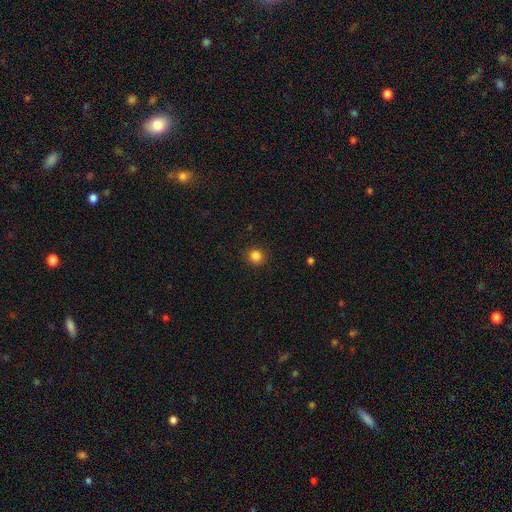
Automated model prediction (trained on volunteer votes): Smooth or featured? Predicted: smooth (p=0.85). How rounded? Predicted: round (p=0.92). Merging? Predicted: none (p=0.91).